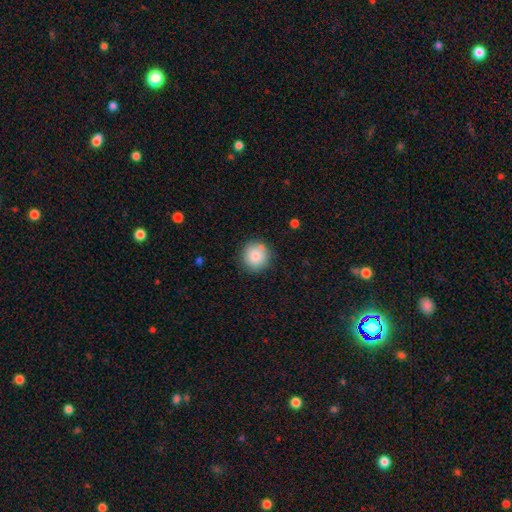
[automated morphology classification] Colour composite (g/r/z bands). It shows a smooth galaxy with no disk features (84%) that is round (93%). Merging: none (85%).